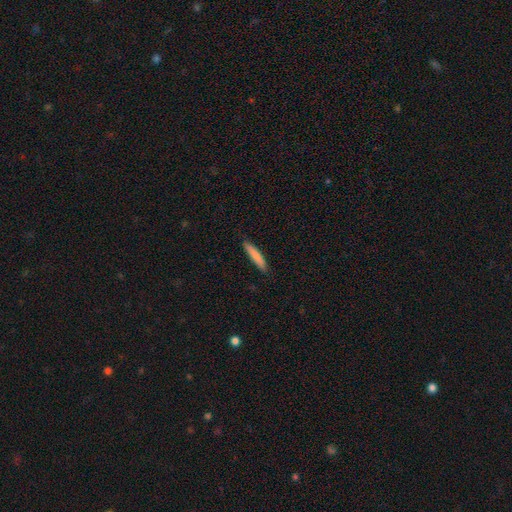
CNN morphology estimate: The model was most divided on "smooth or featured": smooth: 82%, featured or disk: 13%, star or artifact: 6%. More confident: how rounded — cigar-shaped (92%); merging — none (89%).